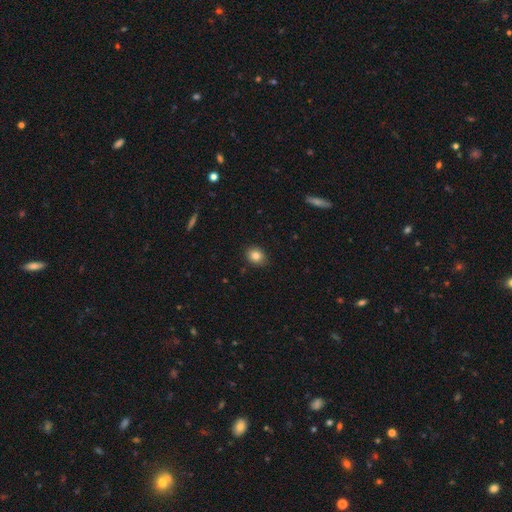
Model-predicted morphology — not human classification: This appears to be a smooth galaxy with no disk features (83%) that is round (58%). Merging: none (88%).